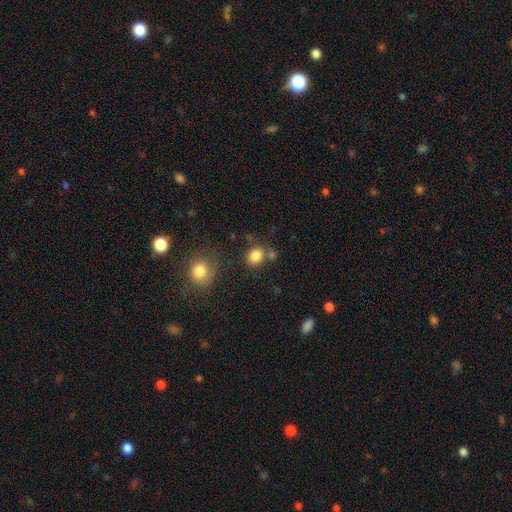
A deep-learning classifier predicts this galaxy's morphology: smooth 84%, star or artifact 11%, featured or disk 6%. Down the decision tree: how rounded — round (63%); merging — none (70%).